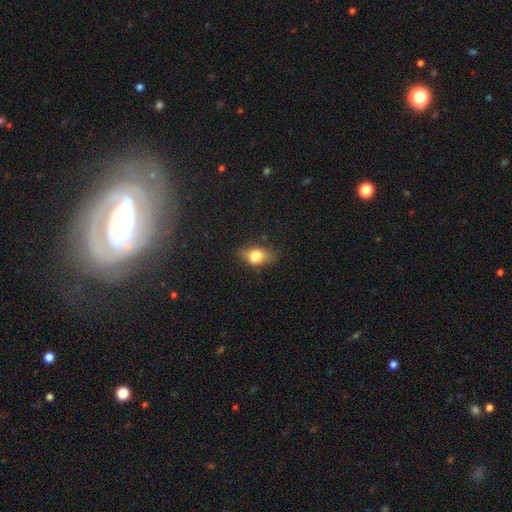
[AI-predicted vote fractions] smooth-or-featured: smooth: 72% | featured or disk: 17% | star or artifact: 10%
  how-rounded: in between: 80% | round: 15% | cigar-shaped: 5%
  merging: none: 59% | minor disturbance: 28% | major disturbance: 9% | merger: 4%